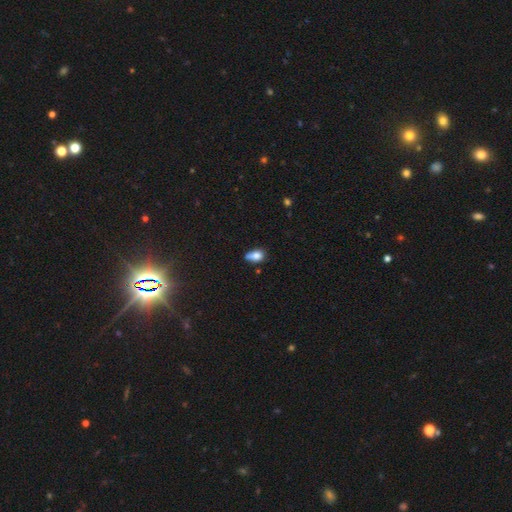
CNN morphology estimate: Smooth or featured? smooth (78%)
How rounded? in between (78%)
Merging? none (39%, tied with minor disturbance)